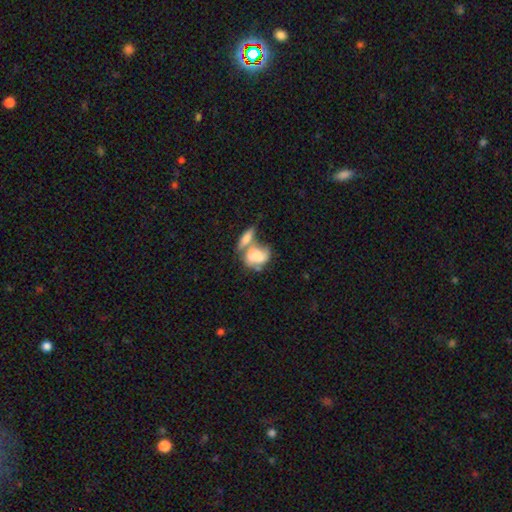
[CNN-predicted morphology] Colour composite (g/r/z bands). It shows a smooth galaxy with no disk features (61%) that is in between round and cigar-shaped (75%). Merging: merger (61%).